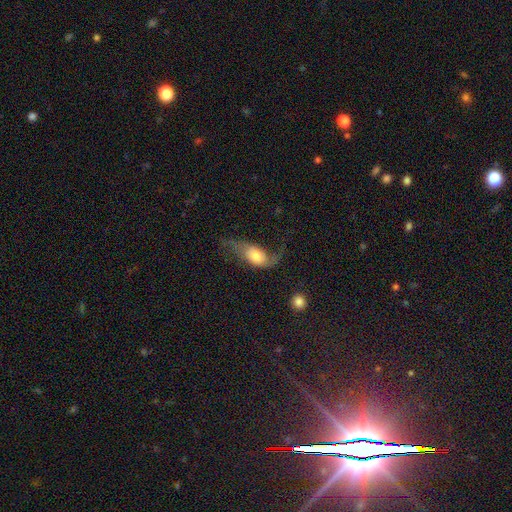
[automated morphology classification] Overall: featured or disk (61%; smooth 32%). Edge-on disk: no (89%). Bar: no (67%). Spiral arms: yes (86%). Bulge size: moderate (50%; large 23%). Merging: none (37%, tied with major disturbance).